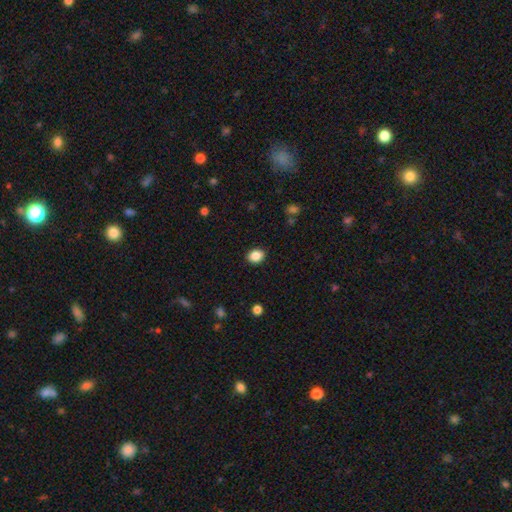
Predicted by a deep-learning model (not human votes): A smooth galaxy with no disk features (87%) that is in between round and cigar-shaped (52%). Merging: none (89%).